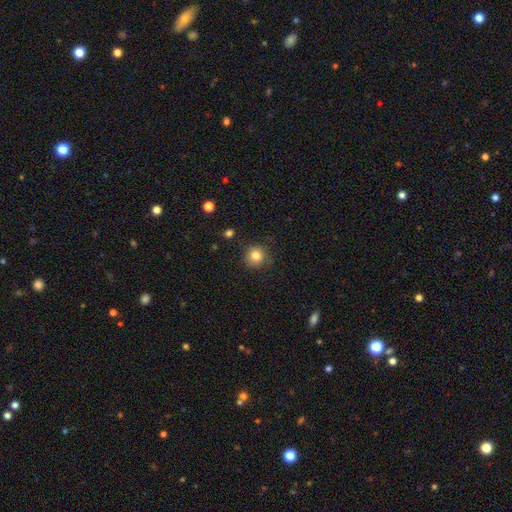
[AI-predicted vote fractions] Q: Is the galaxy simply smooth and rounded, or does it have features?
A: smooth — 82%.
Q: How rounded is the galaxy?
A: round — 92%.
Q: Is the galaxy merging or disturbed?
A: none — 83%.